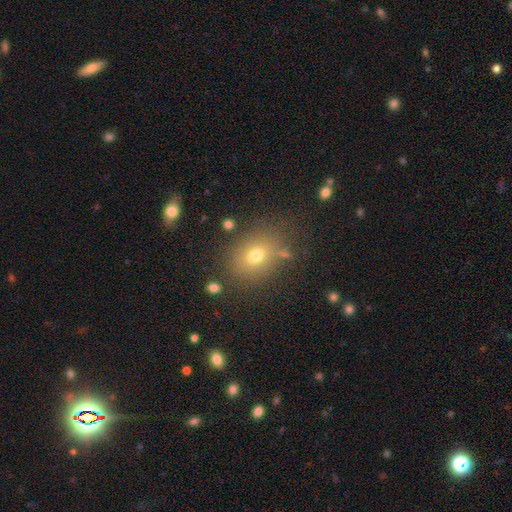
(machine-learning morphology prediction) smooth-or-featured: smooth: 68% | star or artifact: 18% | featured or disk: 14%
  how-rounded: in between: 54% | round: 45% | cigar-shaped: 1%
  merging: none: 79% | minor disturbance: 12% | merger: 5% | major disturbance: 5%